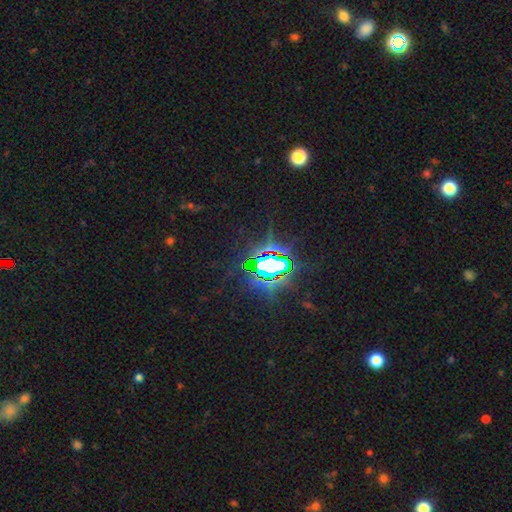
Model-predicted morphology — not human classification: Q: Smooth or featured?
A: star or artifact (83%); runner-up: smooth (10%)